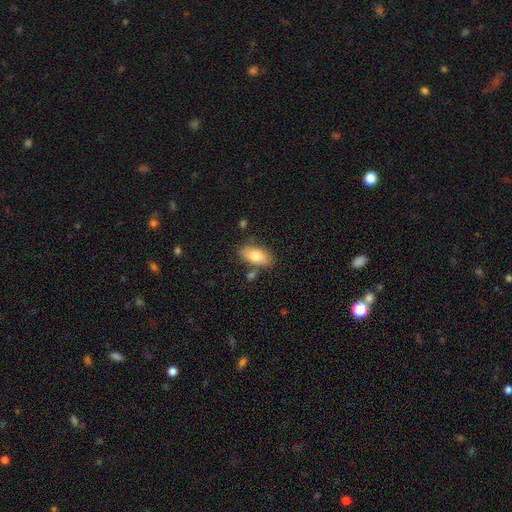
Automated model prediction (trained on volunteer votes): A smooth galaxy with no disk features (77%) that is in between round and cigar-shaped (91%).

Vote fractions:
- Smooth or featured? smooth: 77% / featured or disk: 16% / star or artifact: 7%
- How rounded? in between: 91% / cigar-shaped: 5% / round: 4%
- Merging? none: 75% / minor disturbance: 14% / merger: 8% / major disturbance: 3%